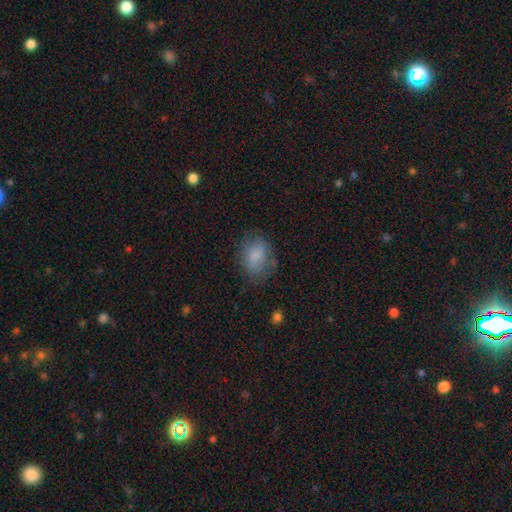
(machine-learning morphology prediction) type=smooth (79%); roundness=in between (69%); merging=none (66%).